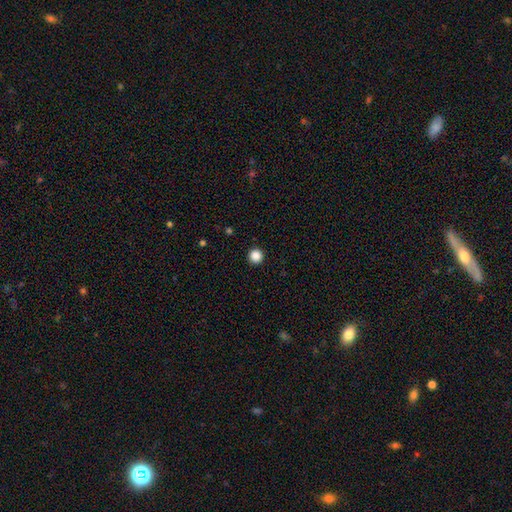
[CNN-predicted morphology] Smooth or featured? Predicted: smooth (p=0.87). How rounded? Predicted: round (p=0.96). Merging? Predicted: none (p=0.94).